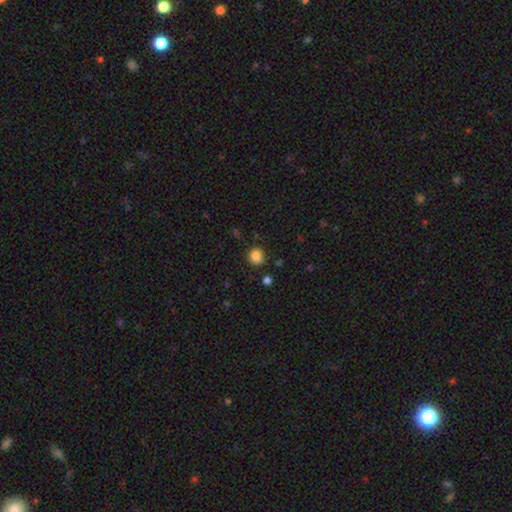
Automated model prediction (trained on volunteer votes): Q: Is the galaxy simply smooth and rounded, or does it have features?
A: smooth — 85%.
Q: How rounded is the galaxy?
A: round — 74%.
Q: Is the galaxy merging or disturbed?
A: none — 80%.